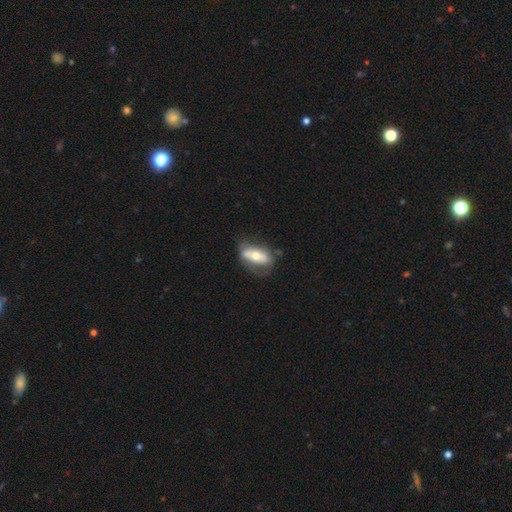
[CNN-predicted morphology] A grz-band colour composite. It shows a smooth galaxy with no disk features (48%). Merging: none (58%).